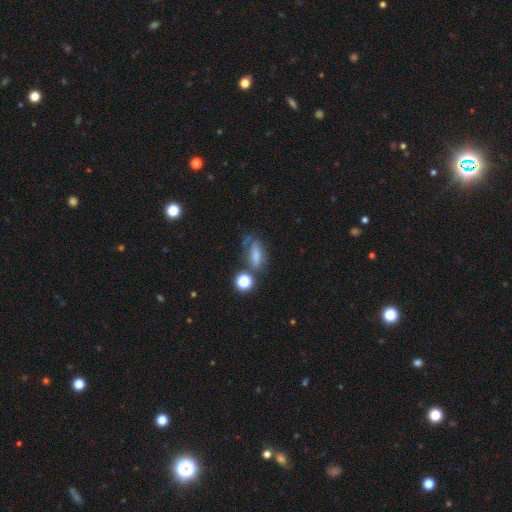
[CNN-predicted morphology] Overall: smooth (65%). How rounded: in between (55%; cigar-shaped 34%). Merging: none (51%; minor disturbance 23%).